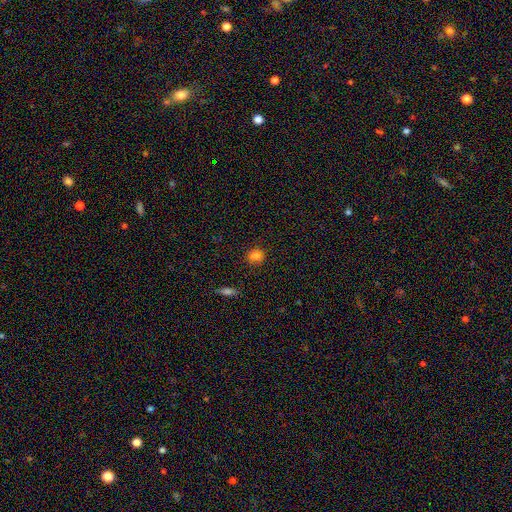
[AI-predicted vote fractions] A smooth galaxy with no disk features (81%) that is round (69%).

Vote fractions:
- Smooth or featured? smooth: 81% / star or artifact: 14% / featured or disk: 5%
- How rounded? round: 69% / in between: 30% / cigar-shaped: 2%
- Merging? none: 81% / minor disturbance: 13% / merger: 4% / major disturbance: 3%